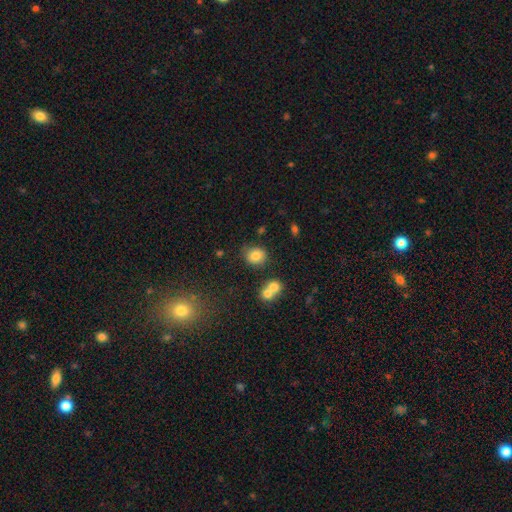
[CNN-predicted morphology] smooth_or_featured: smooth (p=0.80) [alt: star or artifact p=0.12]
how_rounded: round (p=0.74) [alt: in between p=0.25]
merging: none (p=0.71) [alt: minor disturbance p=0.14]